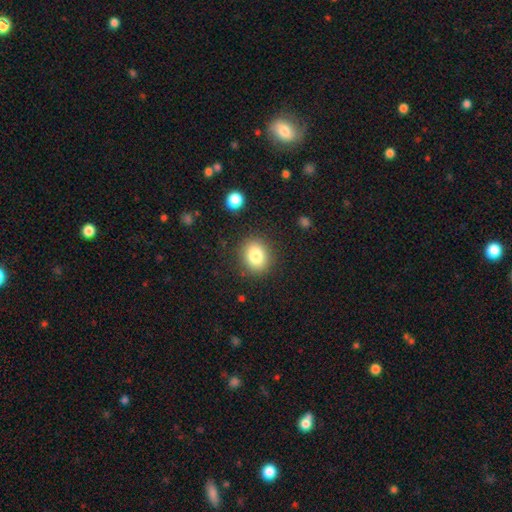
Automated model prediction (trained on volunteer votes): smooth-or-featured: smooth: 82% | star or artifact: 10% | featured or disk: 8%
  how-rounded: round: 60% | in between: 39% | cigar-shaped: 1%
  merging: none: 86% | minor disturbance: 9% | major disturbance: 3% | merger: 2%